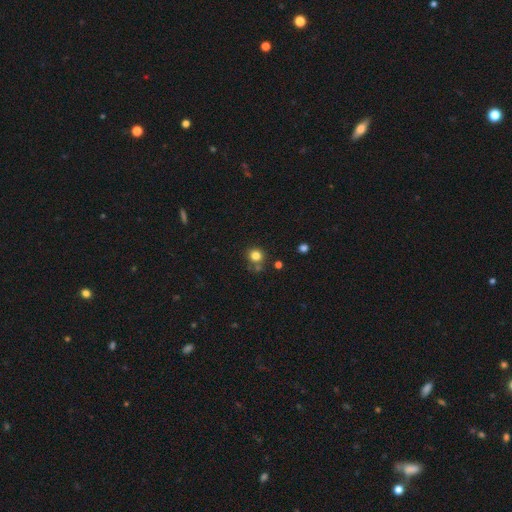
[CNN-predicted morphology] Smooth or featured? smooth (80%)
How rounded? round (89%)
Merging? none (71%)